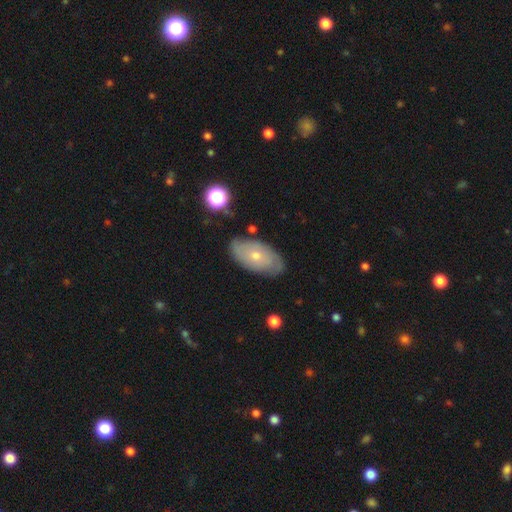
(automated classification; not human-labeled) A smooth galaxy with no disk features (48%).

Vote fractions:
- Smooth or featured? smooth: 48% / featured or disk: 45% / star or artifact: 7%
- Merging? none: 75% / minor disturbance: 19% / major disturbance: 4% / merger: 2%